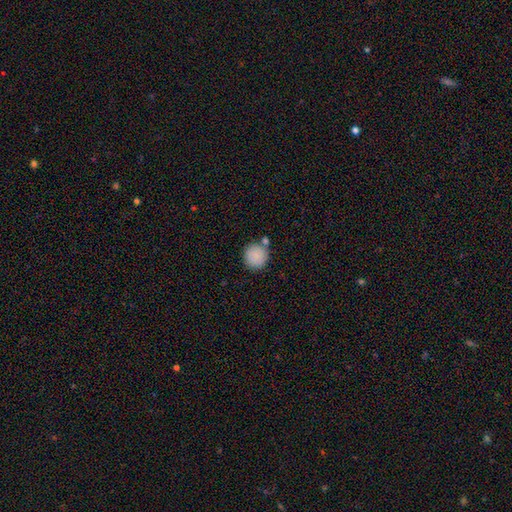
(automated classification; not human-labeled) Q: Smooth or featured?
A: smooth (88%); runner-up: star or artifact (7%)
Q: How rounded?
A: round (93%); runner-up: in between (6%)
Q: Merging?
A: none (75%); runner-up: merger (12%)